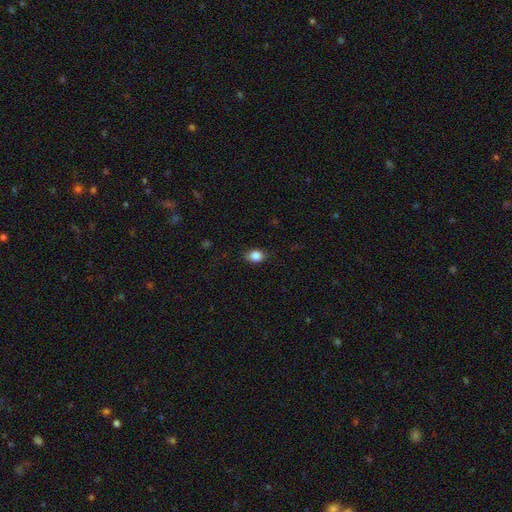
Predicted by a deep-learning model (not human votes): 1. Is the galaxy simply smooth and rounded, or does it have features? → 85% smooth, 9% star or artifact, 6% featured or disk.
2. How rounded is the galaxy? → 66% in between, 33% round, 1% cigar-shaped.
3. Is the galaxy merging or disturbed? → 84% none, 12% minor disturbance, 3% major disturbance, 1% merger.